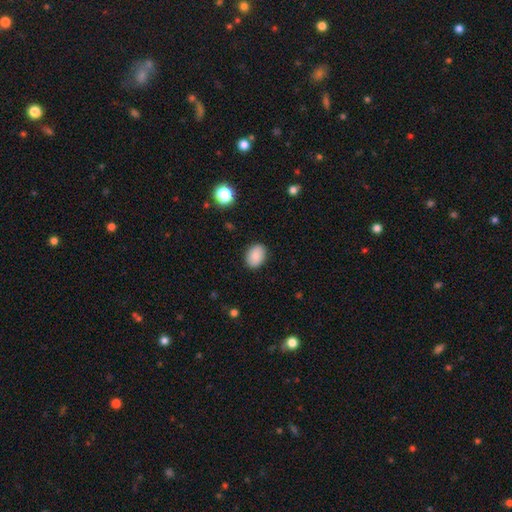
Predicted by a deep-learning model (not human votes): Smooth or featured: smooth — 84% (featured or disk — 8%)
How rounded: in between — 73% (round — 26%)
Merging: none — 87% (minor disturbance — 10%)